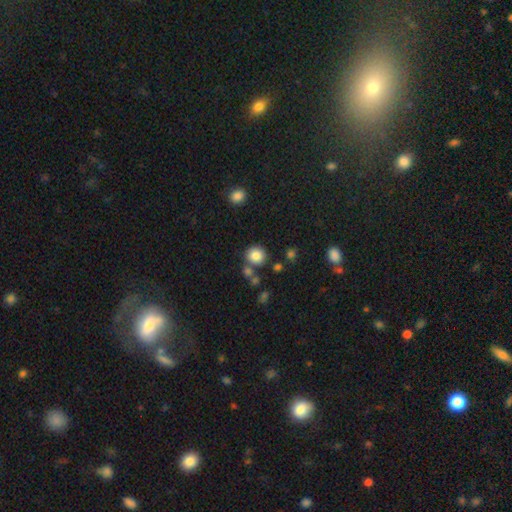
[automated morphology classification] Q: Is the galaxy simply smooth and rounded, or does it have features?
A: smooth — 83%.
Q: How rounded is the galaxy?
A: round — 89%.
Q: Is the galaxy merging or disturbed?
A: none — 76%.